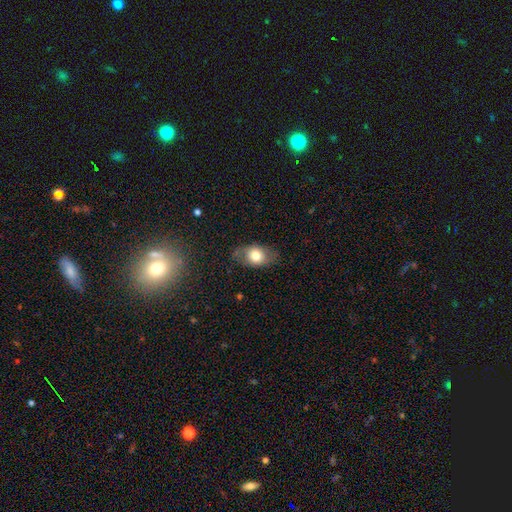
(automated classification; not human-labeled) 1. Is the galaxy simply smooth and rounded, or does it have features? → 71% smooth, 21% featured or disk, 8% star or artifact.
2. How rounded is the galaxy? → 78% in between, 20% round, 2% cigar-shaped.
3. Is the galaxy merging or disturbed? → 74% none, 19% minor disturbance, 6% major disturbance, 1% merger.